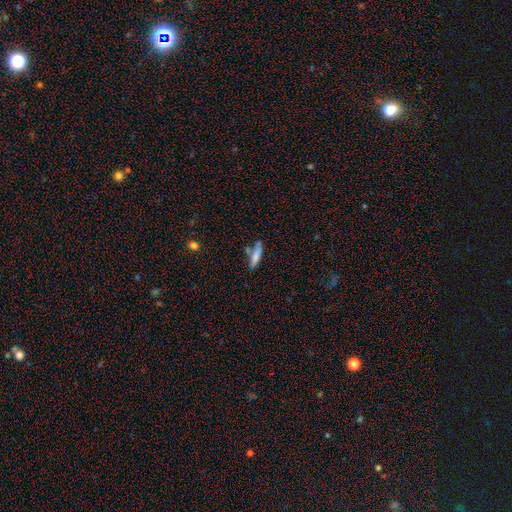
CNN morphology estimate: The model was most divided on "how rounded": cigar-shaped: 73%, in between: 26%, round: 2%. More confident: smooth or featured — smooth (77%); merging — none (66%).